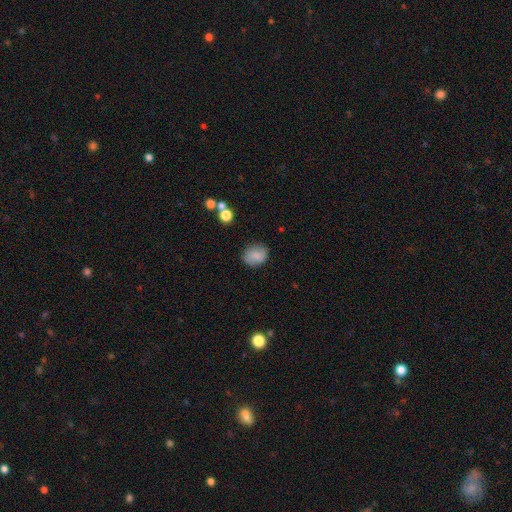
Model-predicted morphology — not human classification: This appears to be a smooth galaxy with no disk features (75%) that is round (68%). Merging: none (83%).